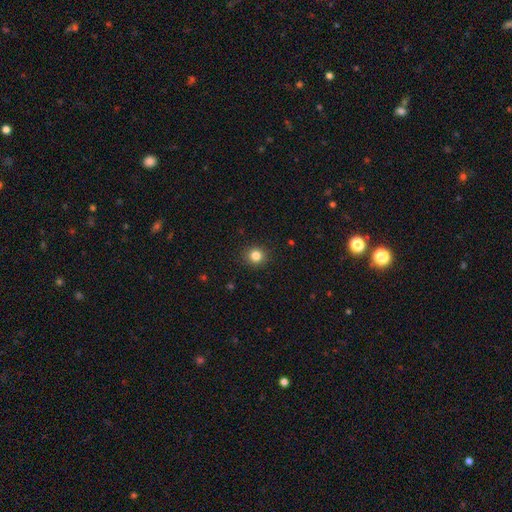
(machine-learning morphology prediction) Smooth or featured: smooth — 83% (star or artifact — 12%)
How rounded: round — 91% (in between — 8%)
Merging: none — 92% (minor disturbance — 6%)